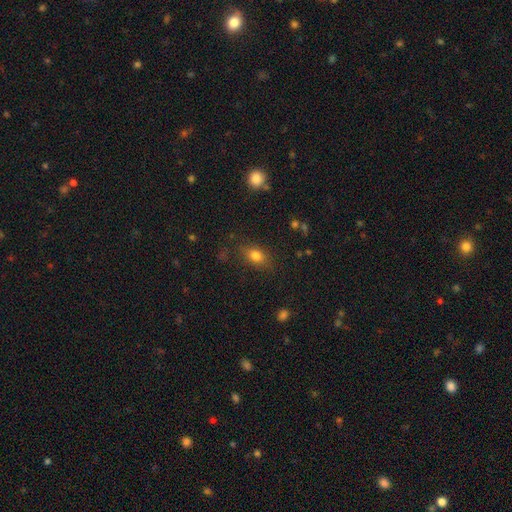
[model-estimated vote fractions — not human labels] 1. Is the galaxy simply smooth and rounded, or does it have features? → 79% smooth, 12% star or artifact, 9% featured or disk.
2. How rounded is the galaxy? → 72% in between, 24% round, 3% cigar-shaped.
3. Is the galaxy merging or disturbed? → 78% none, 15% minor disturbance, 5% major disturbance, 2% merger.